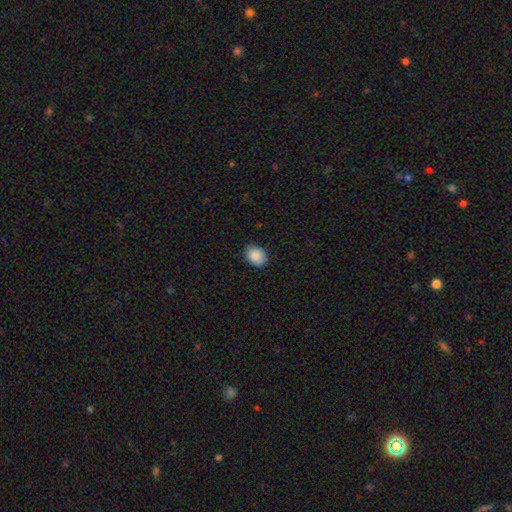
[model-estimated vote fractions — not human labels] Smooth or featured: smooth — 89% (star or artifact — 7%)
How rounded: in between — 61% (round — 38%)
Merging: none — 84% (minor disturbance — 13%)